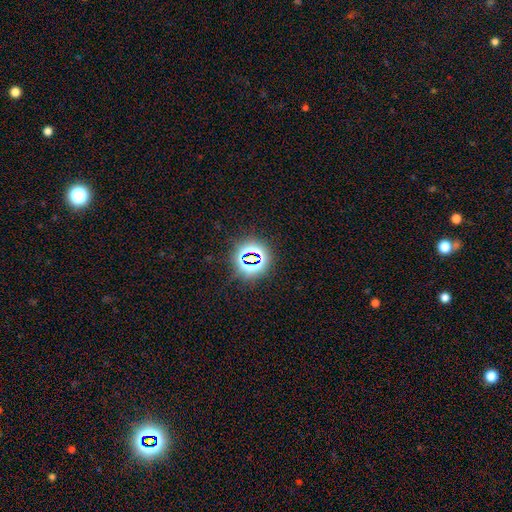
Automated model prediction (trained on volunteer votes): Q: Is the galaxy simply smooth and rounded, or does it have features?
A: star or artifact — 74%.